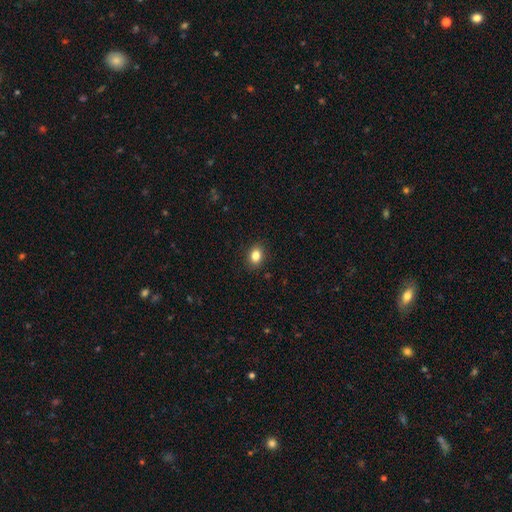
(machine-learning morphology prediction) A smooth galaxy with no disk features (84%) that is in between round and cigar-shaped (57%). Merging: none (89%).